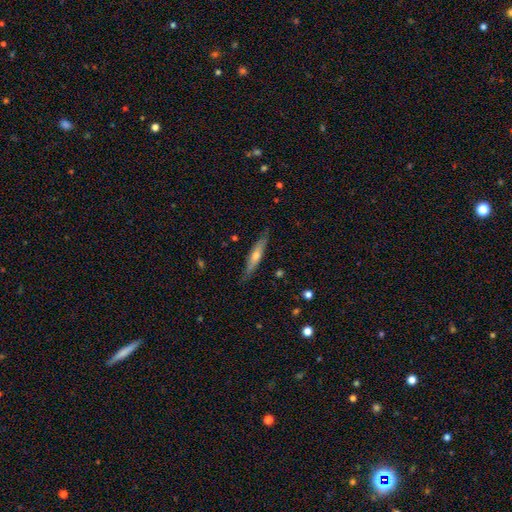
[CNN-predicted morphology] Smooth or featured? Predicted: featured or disk (p=0.54). Edge-on disk? Predicted: yes (p=0.87). Merging? Predicted: none (p=0.82).